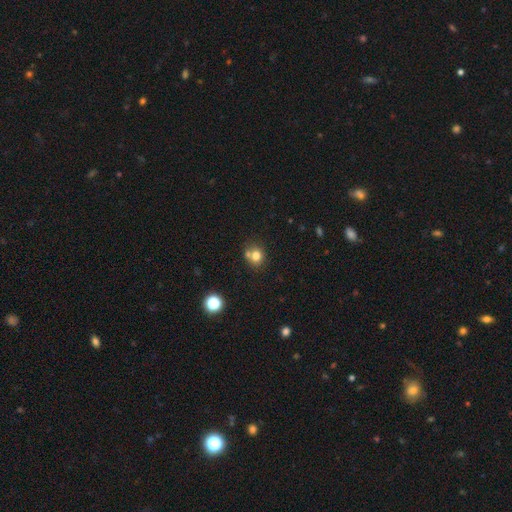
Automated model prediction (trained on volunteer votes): This appears to be a smooth galaxy with no disk features (76%) that is round (78%). Merging: none (56%).